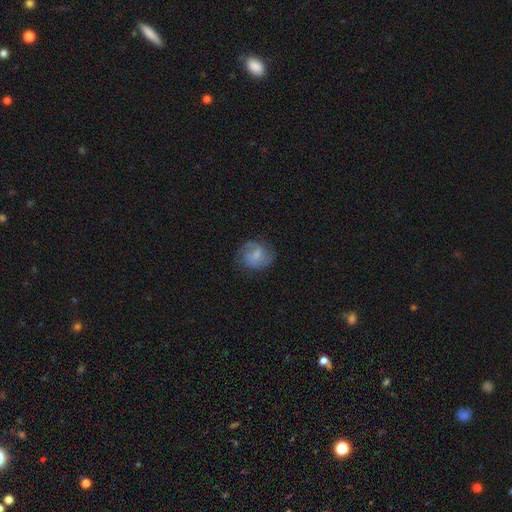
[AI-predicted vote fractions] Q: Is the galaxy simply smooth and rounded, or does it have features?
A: smooth — 47%.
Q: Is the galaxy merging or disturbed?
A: none — 65%.